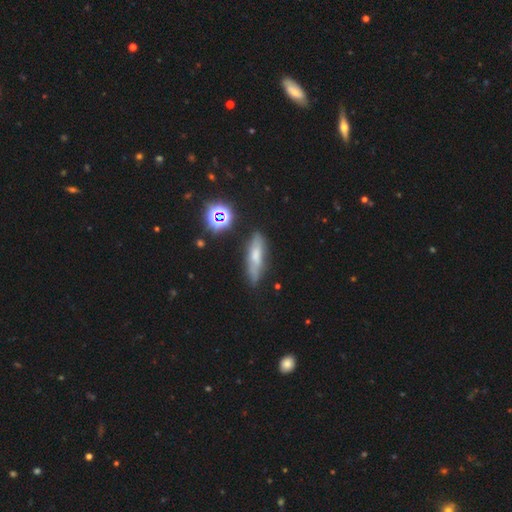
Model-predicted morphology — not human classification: smooth-or-featured: smooth: 53% | featured or disk: 31% | star or artifact: 16%
  how-rounded: cigar-shaped: 65% | in between: 31% | round: 4%
  merging: none: 72% | minor disturbance: 19% | major disturbance: 5% | merger: 4%